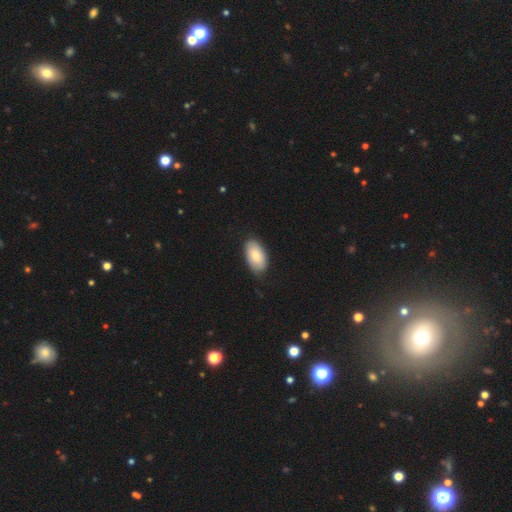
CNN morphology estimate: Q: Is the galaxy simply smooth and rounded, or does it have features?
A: smooth — 79%.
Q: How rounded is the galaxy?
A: in between — 95%.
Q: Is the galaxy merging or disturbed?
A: none — 81%.